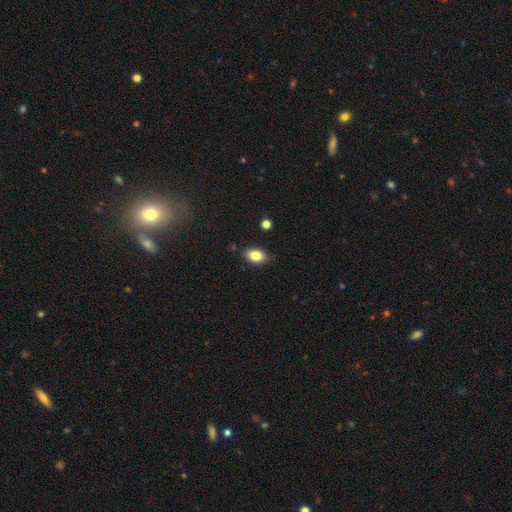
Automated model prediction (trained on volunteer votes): A smooth galaxy with no disk features (82%) that is in between round and cigar-shaped (89%).

Vote fractions:
- Smooth or featured? smooth: 82% / featured or disk: 10% / star or artifact: 8%
- How rounded? in between: 89% / round: 8% / cigar-shaped: 2%
- Merging? none: 84% / minor disturbance: 12% / major disturbance: 2% / merger: 2%